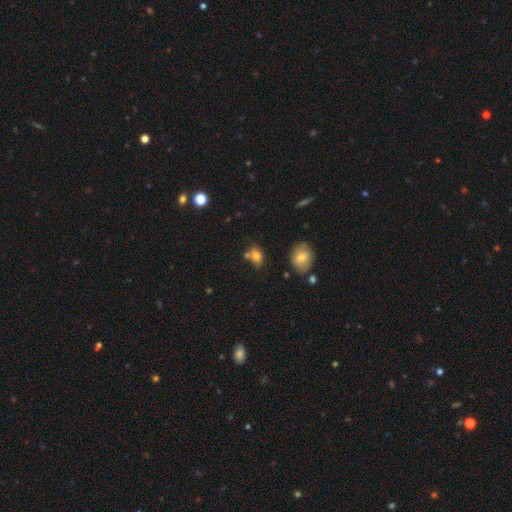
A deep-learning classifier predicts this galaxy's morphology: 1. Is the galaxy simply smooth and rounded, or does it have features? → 78% smooth, 12% star or artifact, 10% featured or disk.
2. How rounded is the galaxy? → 67% in between, 31% round, 2% cigar-shaped.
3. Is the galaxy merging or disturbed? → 55% none, 22% merger, 18% minor disturbance, 5% major disturbance.